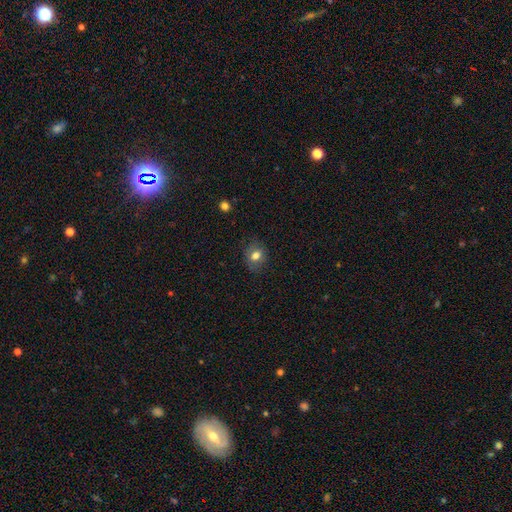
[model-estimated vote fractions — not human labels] A smooth galaxy with no disk features (76%) that is round (59%). Merging: none (81%).